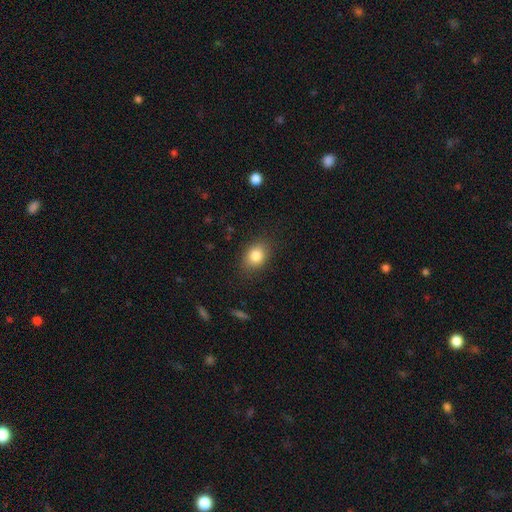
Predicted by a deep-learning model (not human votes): Smooth or featured?
  - smooth: 83% *
  - star or artifact: 9%
  - featured or disk: 8%
How rounded?
  - in between: 60% *
  - round: 39%
  - cigar-shaped: 1%
Merging?
  - none: 83% *
  - minor disturbance: 12%
  - major disturbance: 4%
  - merger: 1%